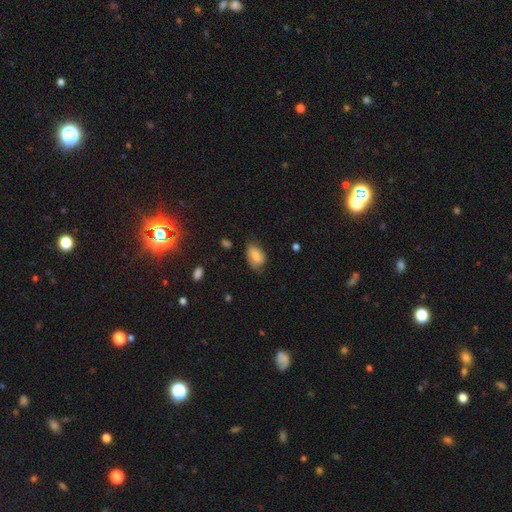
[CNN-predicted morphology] smooth 75%, featured or disk 17%, star or artifact 8%. Down the decision tree: how rounded — in between (86%); merging — none (56%).